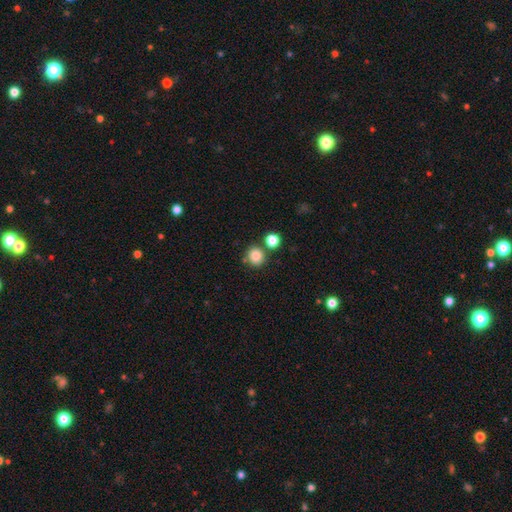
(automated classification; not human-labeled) Smooth or featured? Predicted: smooth (p=0.83). How rounded? Predicted: round (p=0.91). Merging? Predicted: none (p=0.76).